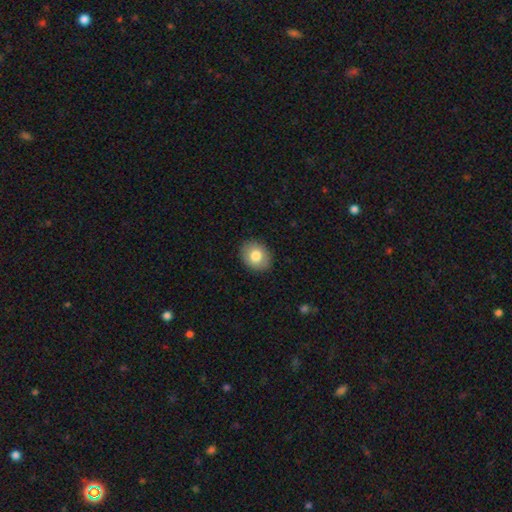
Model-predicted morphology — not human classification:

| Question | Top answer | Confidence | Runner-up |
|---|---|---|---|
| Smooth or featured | smooth | 80% | featured or disk (13%) |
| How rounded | in between | 52% | round (47%) |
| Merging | none | 89% | minor disturbance (8%) |